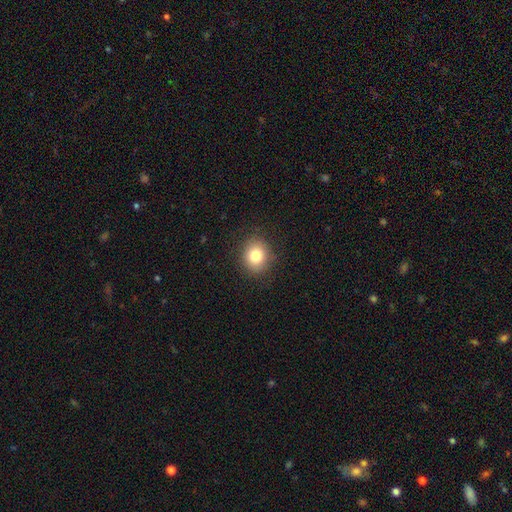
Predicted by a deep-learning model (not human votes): smooth_or_featured: smooth (p=0.81) [alt: star or artifact p=0.11]
how_rounded: round (p=0.73) [alt: in between p=0.26]
merging: none (p=0.88) [alt: minor disturbance p=0.08]